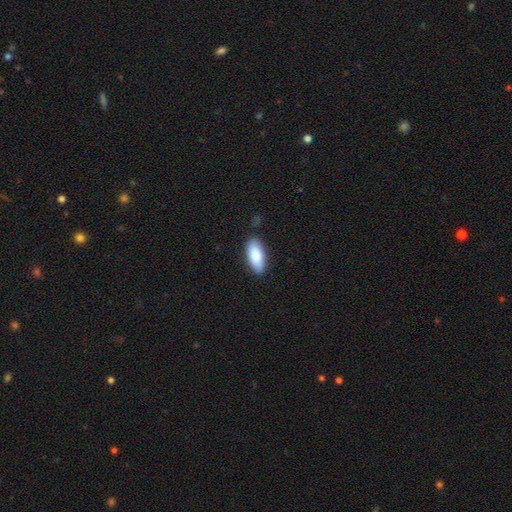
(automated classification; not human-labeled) Smooth or featured? Predicted: smooth (p=0.87). How rounded? Predicted: in between (p=0.87). Merging? Predicted: none (p=0.85).